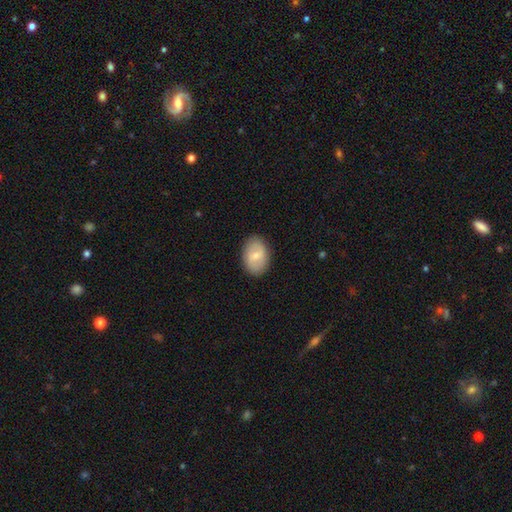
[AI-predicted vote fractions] smooth-or-featured: smooth: 62% | featured or disk: 32% | star or artifact: 6%
  how-rounded: in between: 82% | round: 17% | cigar-shaped: 1%
  merging: none: 87% | minor disturbance: 9% | major disturbance: 2% | merger: 1%